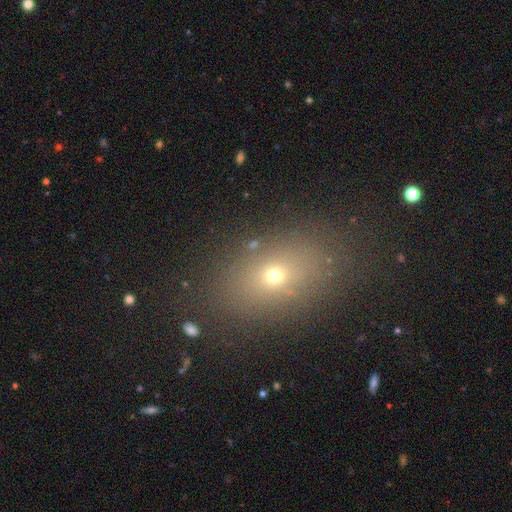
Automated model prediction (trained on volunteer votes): A smooth galaxy with no disk features (61%) that is in between round and cigar-shaped (74%).

Vote fractions:
- Smooth or featured? smooth: 61% / star or artifact: 25% / featured or disk: 14%
- How rounded? in between: 74% / round: 23% / cigar-shaped: 3%
- Merging? none: 85% / minor disturbance: 9% / major disturbance: 4% / merger: 2%